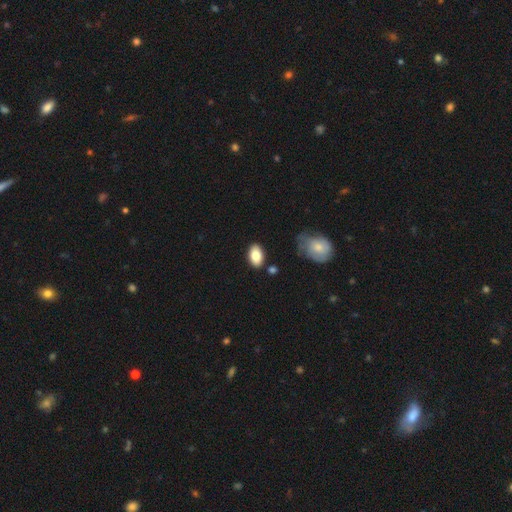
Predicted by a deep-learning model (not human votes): Morphology: type=smooth (84%); roundness=in between (92%); merging=none (83%).